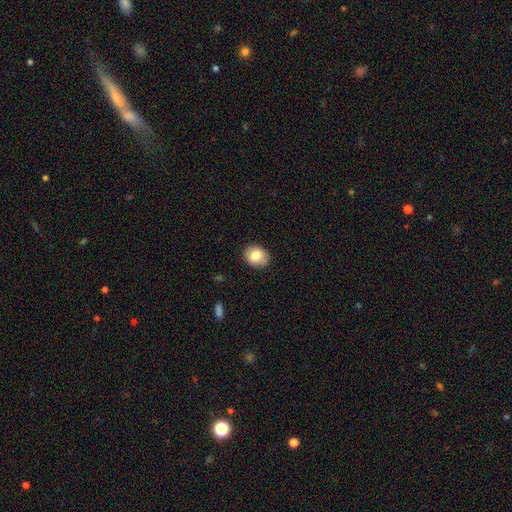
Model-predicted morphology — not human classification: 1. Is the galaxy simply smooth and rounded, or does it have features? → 81% smooth, 11% featured or disk, 8% star or artifact.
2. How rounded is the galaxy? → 52% in between, 47% round, 1% cigar-shaped.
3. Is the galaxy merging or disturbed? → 88% none, 9% minor disturbance, 2% major disturbance, 1% merger.